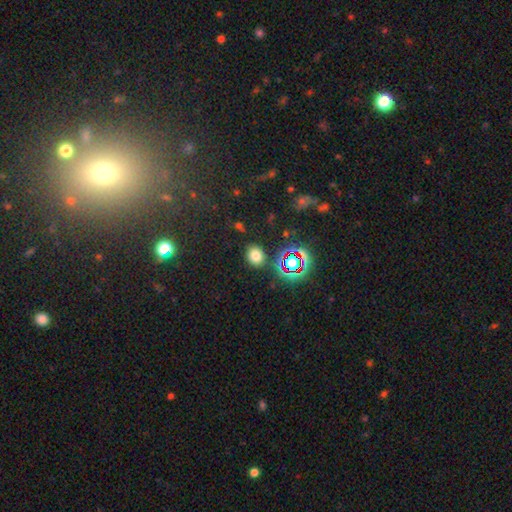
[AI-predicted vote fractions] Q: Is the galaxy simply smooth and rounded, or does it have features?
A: smooth — 71%.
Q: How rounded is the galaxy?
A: round — 56%.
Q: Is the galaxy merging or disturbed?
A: none — 85%.